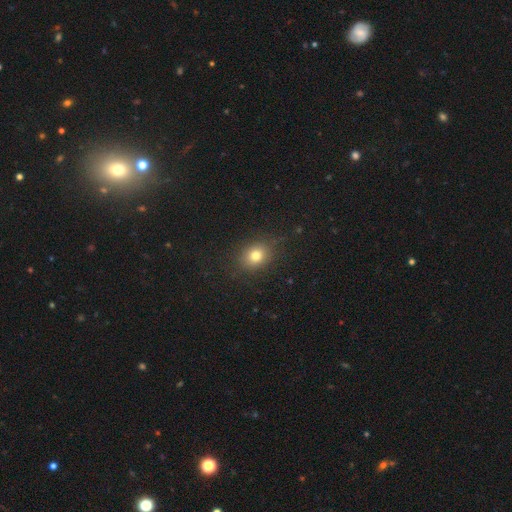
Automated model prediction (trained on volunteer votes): This is likely a smooth galaxy (78%). How rounded: possibly round (58%). Merging: clearly none (85%).